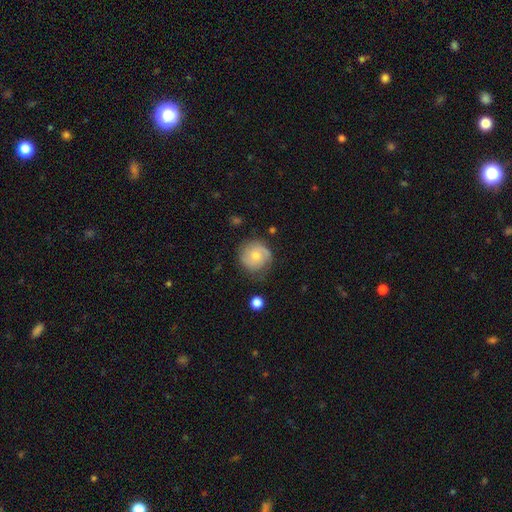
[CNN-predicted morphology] Overall: smooth (51%; featured or disk 42%). How rounded: round (90%). Merging: none (69%).